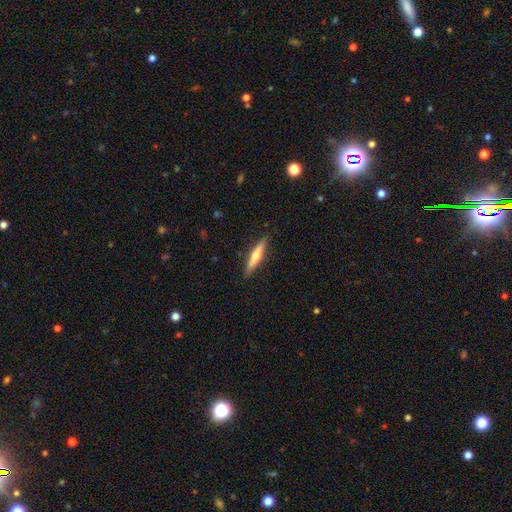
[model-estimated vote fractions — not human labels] This is possibly a smooth galaxy (51%). How rounded: clearly cigar-shaped (88%). Merging: clearly none (88%).